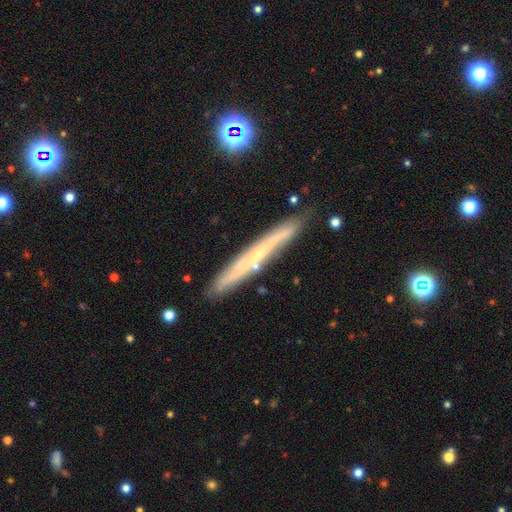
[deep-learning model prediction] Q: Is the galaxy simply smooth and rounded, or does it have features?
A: featured or disk — 58%.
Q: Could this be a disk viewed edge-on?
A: yes — 91%.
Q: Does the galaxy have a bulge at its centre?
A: none — 72%.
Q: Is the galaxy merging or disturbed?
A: none — 84%.